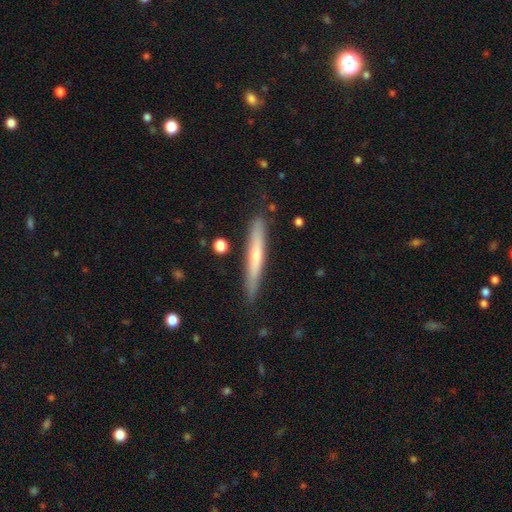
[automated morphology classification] Smooth or featured?
  - featured or disk: 48% *
  - smooth: 46%
  - star or artifact: 6%
Merging?
  - none: 85% *
  - minor disturbance: 11%
  - merger: 2%
  - major disturbance: 2%